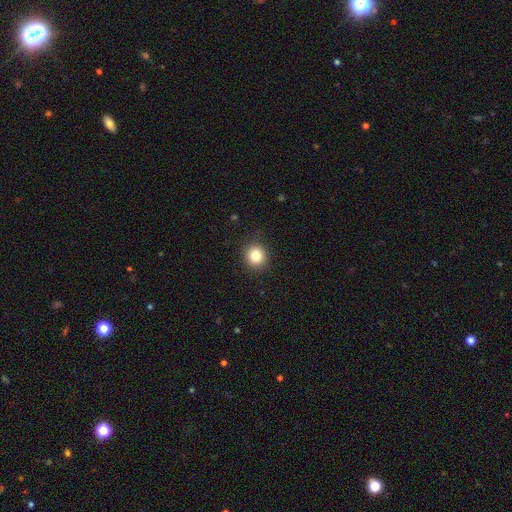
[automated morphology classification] The model was most divided on "smooth or featured": smooth: 82%, star or artifact: 11%, featured or disk: 7%. More confident: merging — none (91%); how rounded — round (88%).